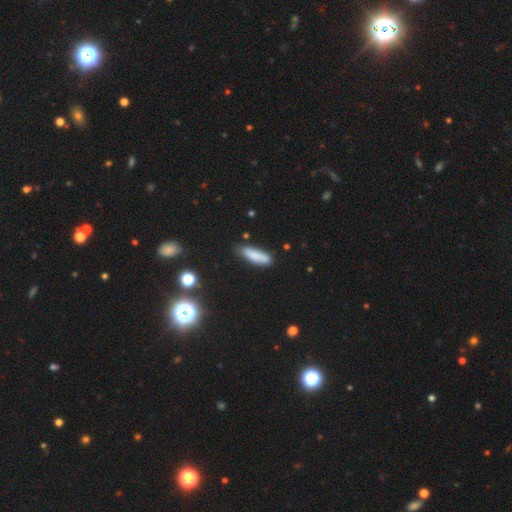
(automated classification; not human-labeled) The model was most divided on "how rounded": cigar-shaped: 60%, in between: 39%, round: 2%. More confident: smooth or featured — smooth (81%); merging — none (73%).